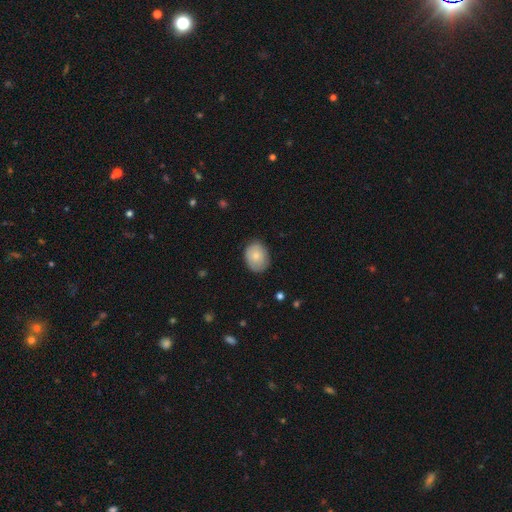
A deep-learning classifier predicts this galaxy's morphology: smooth_or_featured: smooth (p=0.76) [alt: featured or disk p=0.18]
how_rounded: in between (p=0.57) [alt: round p=0.42]
merging: none (p=0.79) [alt: minor disturbance p=0.16]